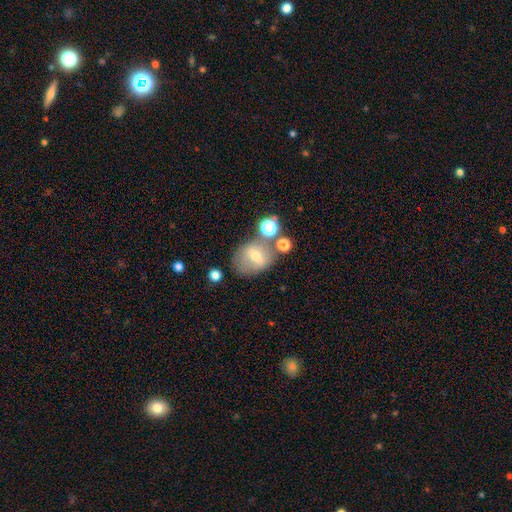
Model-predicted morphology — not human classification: Smooth or featured?
  - smooth: 51% *
  - featured or disk: 36%
  - star or artifact: 12%
How rounded?
  - in between: 53% *
  - round: 45%
  - cigar-shaped: 2%
Merging?
  - none: 56% *
  - merger: 18%
  - minor disturbance: 17%
  - major disturbance: 9%